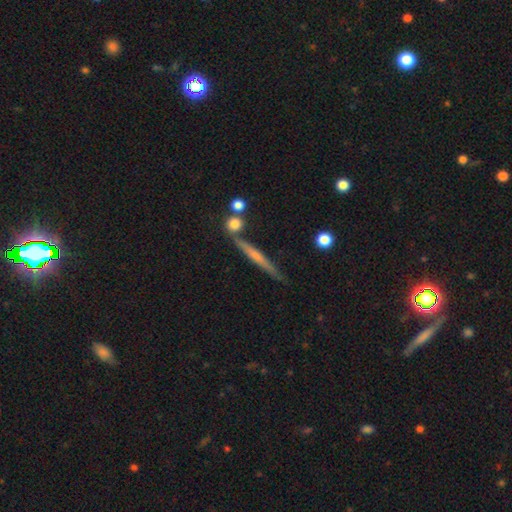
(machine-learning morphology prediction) This appears to be a featured or disk galaxy (51%) viewed edge-on (95%). Merging: none (79%).